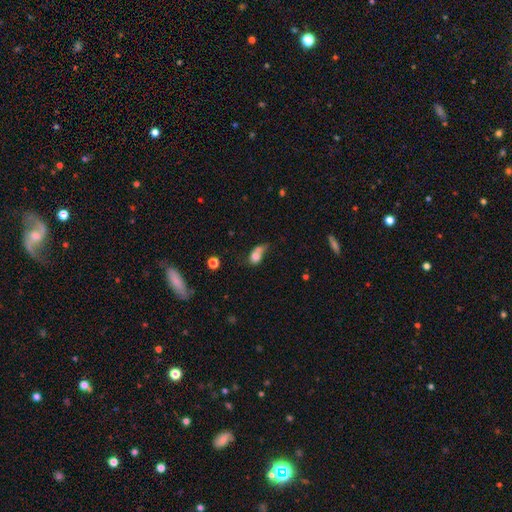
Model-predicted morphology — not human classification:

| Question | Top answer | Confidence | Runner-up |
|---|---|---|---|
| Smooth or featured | smooth | 71% | featured or disk (17%) |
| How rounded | in between | 54% | round (43%) |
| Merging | merger | 43% | none (23%) |